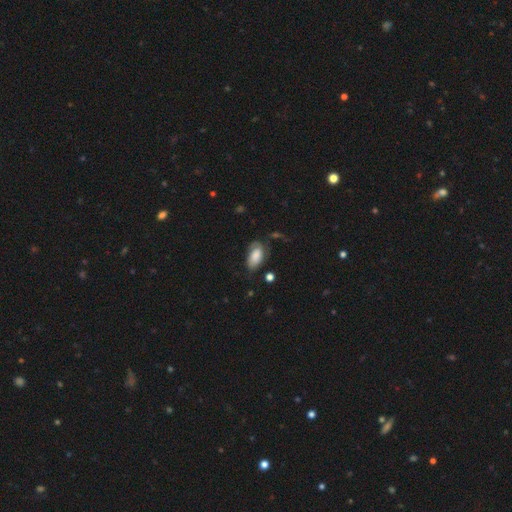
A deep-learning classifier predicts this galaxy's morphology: Smooth or featured?
  - smooth: 76% *
  - featured or disk: 17%
  - star or artifact: 8%
How rounded?
  - in between: 93% *
  - round: 4%
  - cigar-shaped: 3%
Merging?
  - none: 51% *
  - minor disturbance: 31%
  - major disturbance: 15%
  - merger: 3%